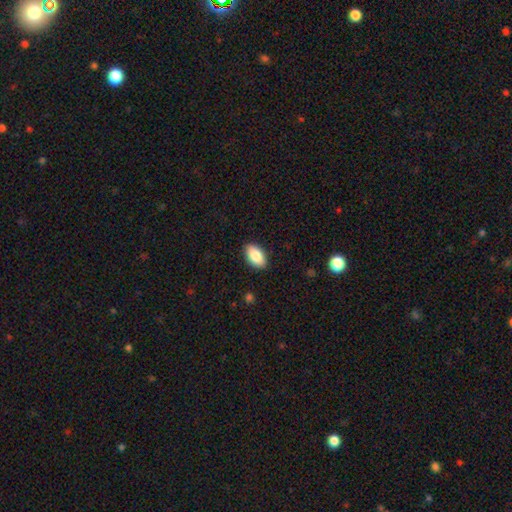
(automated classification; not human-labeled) A smooth galaxy with no disk features (86%) that is in between round and cigar-shaped (94%). Merging: none (89%).